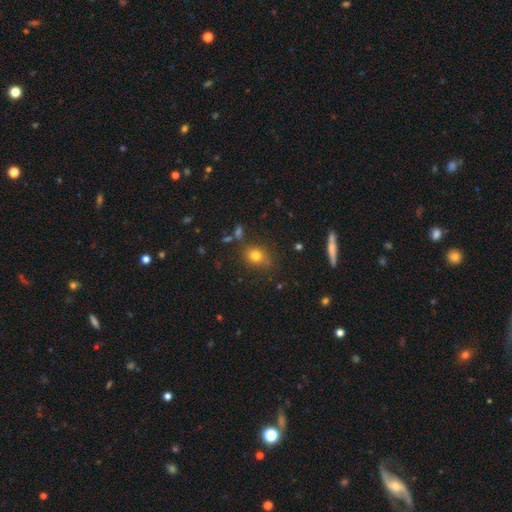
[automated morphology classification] Smooth or featured?
  - smooth: 78% *
  - star or artifact: 14%
  - featured or disk: 9%
How rounded?
  - round: 65% *
  - in between: 33%
  - cigar-shaped: 2%
Merging?
  - none: 76% *
  - minor disturbance: 14%
  - merger: 5%
  - major disturbance: 5%